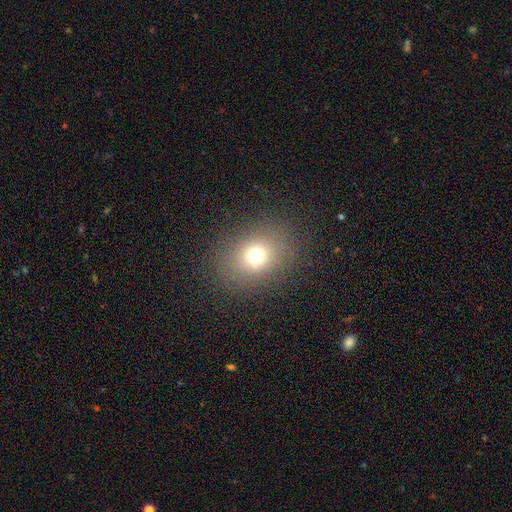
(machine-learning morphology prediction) A smooth galaxy with no disk features (71%) that is round (58%). Merging: none (86%).